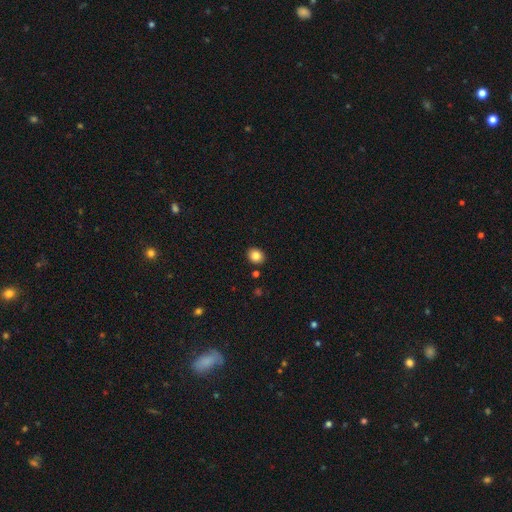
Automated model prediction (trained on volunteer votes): A smooth galaxy with no disk features (84%) that is round (57%). Merging: none (89%).